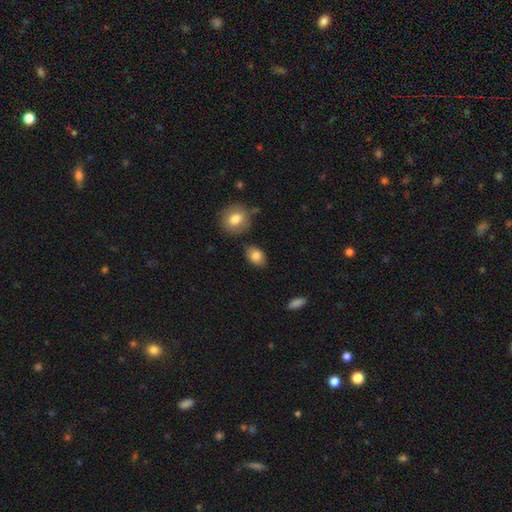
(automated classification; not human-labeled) A smooth galaxy with no disk features (84%) that is in between round and cigar-shaped (80%). Merging: none (79%).